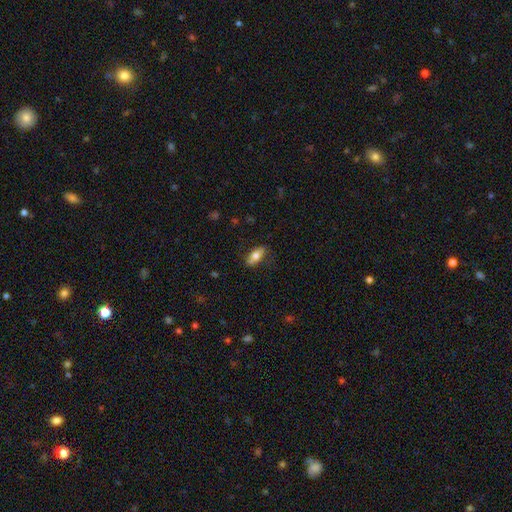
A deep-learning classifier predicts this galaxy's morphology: smooth_or_featured: smooth (p=0.68) [alt: featured or disk p=0.26]
how_rounded: in between (p=0.79) [alt: cigar-shaped p=0.17]
merging: none (p=0.80) [alt: minor disturbance p=0.15]